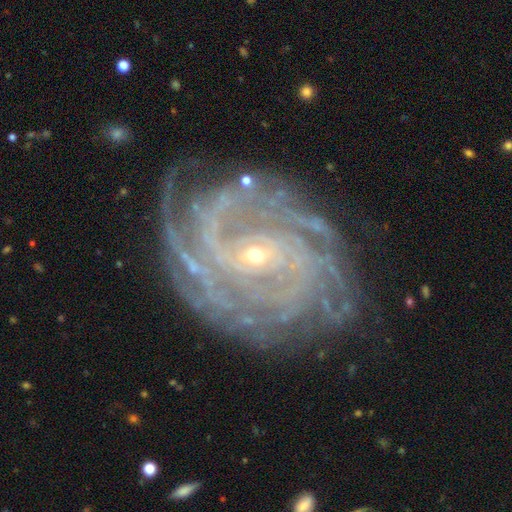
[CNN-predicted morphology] Smooth or featured? Predicted: featured or disk (p=0.89). Edge-on disk? Predicted: no (p=0.97). Bar? Predicted: no (p=0.57). Spiral arms? Predicted: yes (p=0.96). Spiral winding? Predicted: tight (p=0.73). Spiral arm count? Predicted: can't tell (p=0.26). Bulge size? Predicted: small (p=0.78). Merging? Predicted: none (p=0.70).